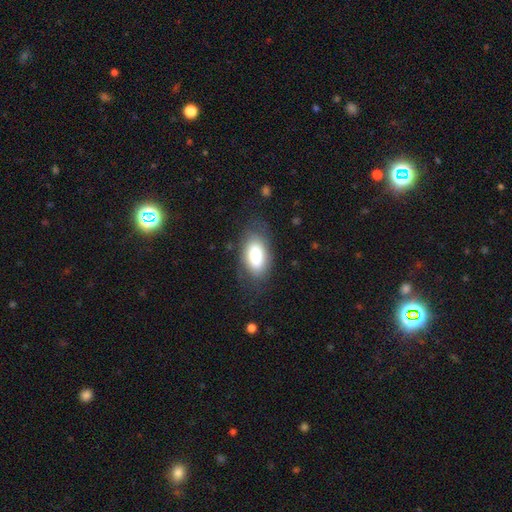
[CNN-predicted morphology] Smooth or featured: smooth — 77% (featured or disk — 16%)
How rounded: in between — 93% (cigar-shaped — 4%)
Merging: none — 73% (minor disturbance — 17%)